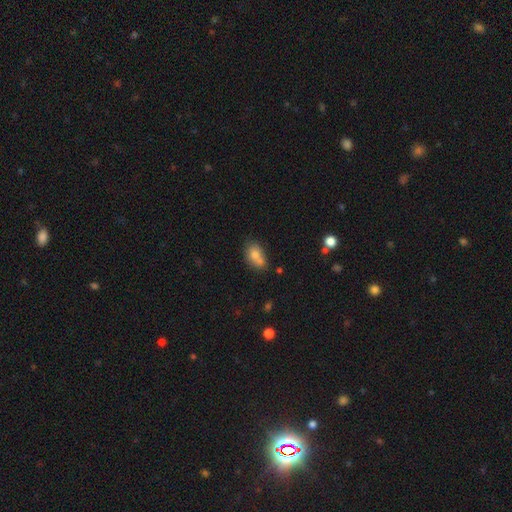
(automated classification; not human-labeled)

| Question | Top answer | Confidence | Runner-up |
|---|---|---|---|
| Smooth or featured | smooth | 75% | featured or disk (16%) |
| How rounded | in between | 74% | round (24%) |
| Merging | none | 40% | merger (38%) |